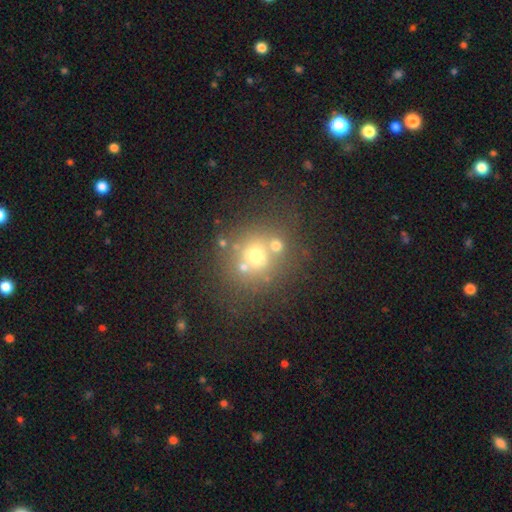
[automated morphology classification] smooth 52%, featured or disk 27%, star or artifact 22%. Down the decision tree: how rounded — round (79%); merging — none (55%).